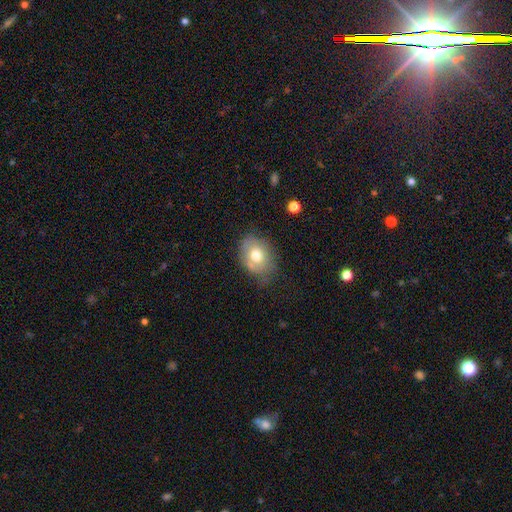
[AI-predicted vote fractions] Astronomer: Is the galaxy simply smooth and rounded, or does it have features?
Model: smooth — 67%.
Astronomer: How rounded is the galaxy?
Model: in between — 61% (runner-up: round, 38%).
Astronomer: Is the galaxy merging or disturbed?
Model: none — 57%.